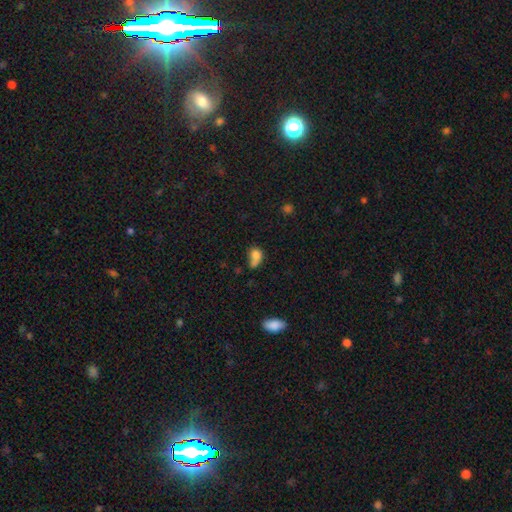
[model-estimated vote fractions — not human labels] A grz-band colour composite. It shows a smooth galaxy with no disk features (76%) that is round (49%, tied with in between). Merging: merger (42%).